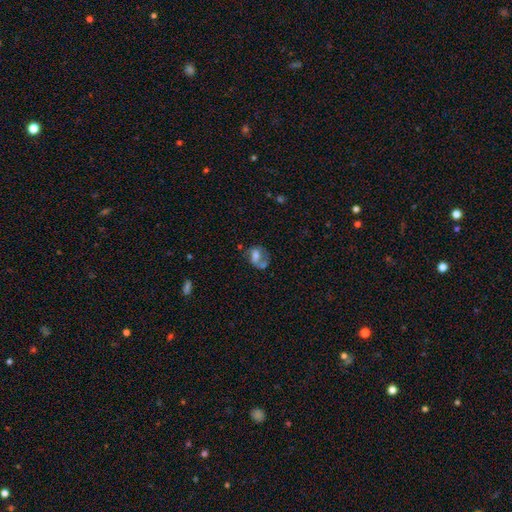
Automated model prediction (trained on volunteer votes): Morphology: type=featured or disk (46%); merging=none (34%).